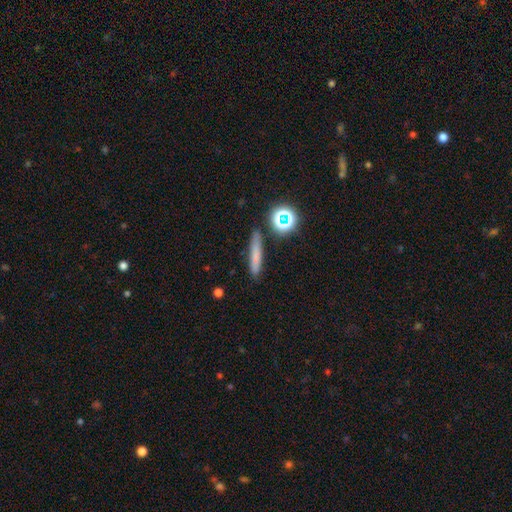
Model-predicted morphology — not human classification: smooth 66%, featured or disk 19%, star or artifact 15%. Down the decision tree: how rounded — cigar-shaped (84%); merging — none (84%).